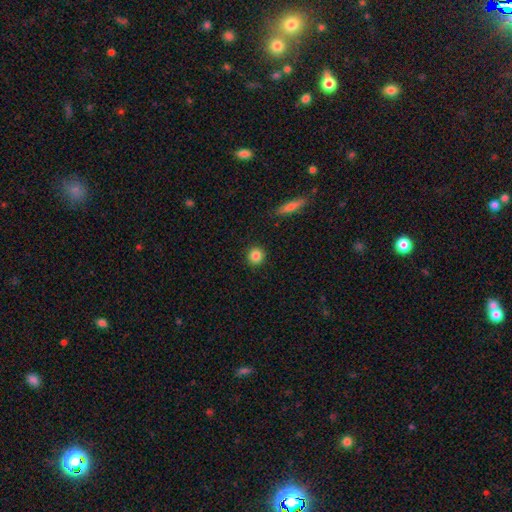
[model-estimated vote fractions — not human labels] Smooth or featured: smooth — 85% (star or artifact — 10%)
How rounded: round — 93% (in between — 6%)
Merging: none — 92% (minor disturbance — 5%)